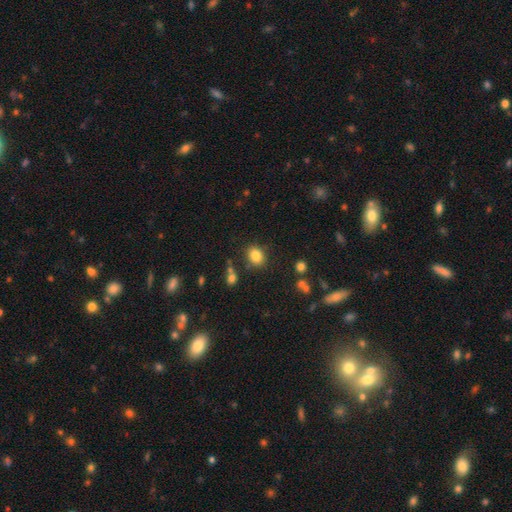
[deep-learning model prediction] Overall: smooth (83%). How rounded: round (52%; in between 47%). Merging: none (81%).